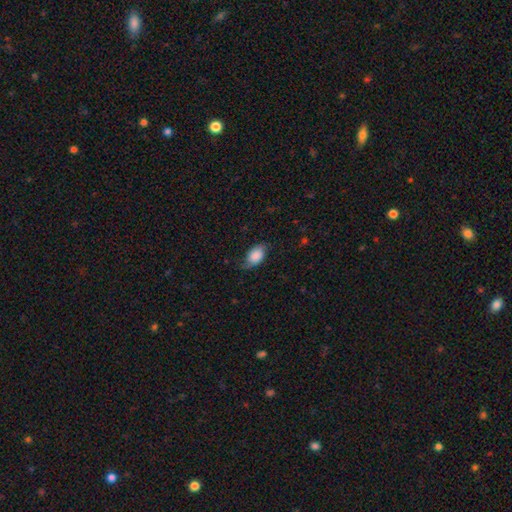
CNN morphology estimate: Overall: smooth (74%). How rounded: in between (88%). Merging: none (62%; minor disturbance 28%).